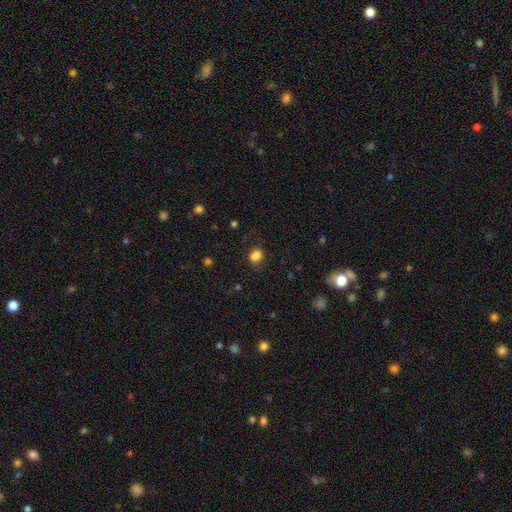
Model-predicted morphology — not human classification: Smooth or featured? smooth (84%)
How rounded? round (54%)
Merging? none (79%)